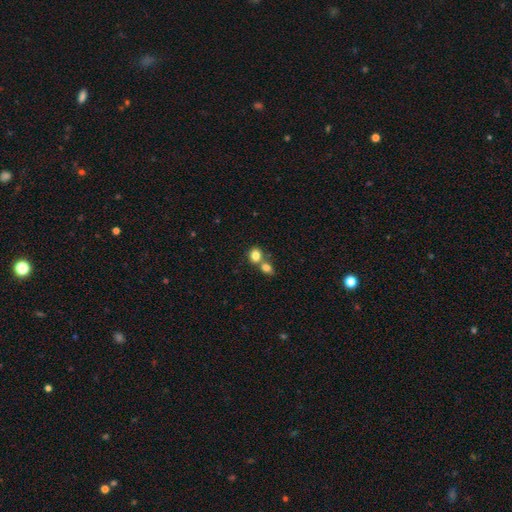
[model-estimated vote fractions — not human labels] Smooth or featured? Predicted: smooth (p=0.82). How rounded? Predicted: round (p=0.56). Merging? Predicted: merger (p=0.50).